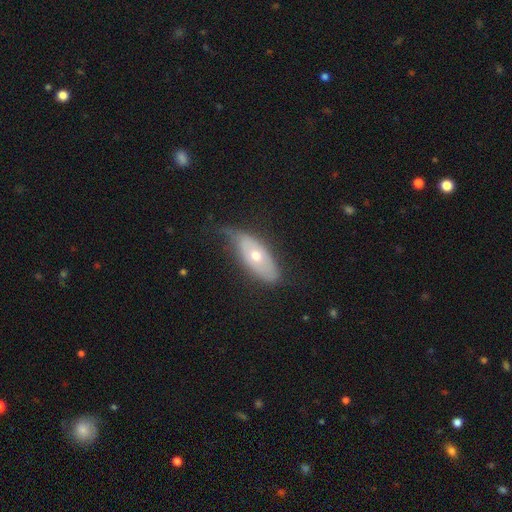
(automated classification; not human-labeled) Overall: smooth (49%; featured or disk 45%). Merging: none (50%; minor disturbance 35%).